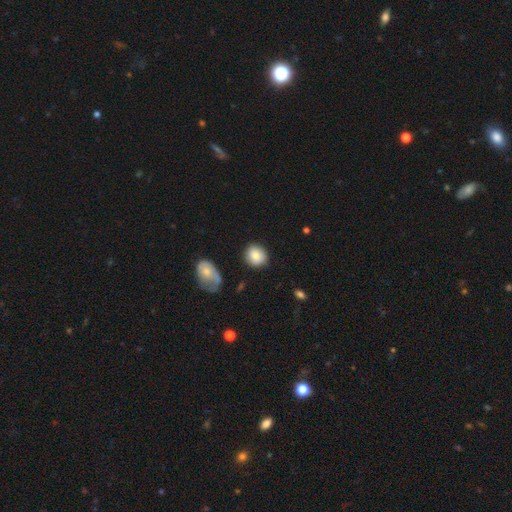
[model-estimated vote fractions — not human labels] smooth 84%, featured or disk 9%, star or artifact 7%. Down the decision tree: how rounded — round (77%); merging — none (82%).